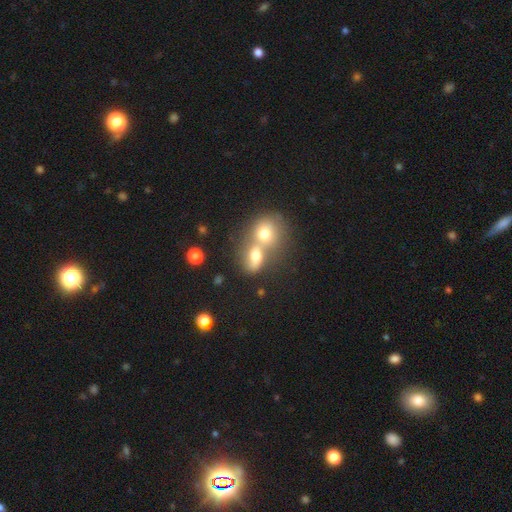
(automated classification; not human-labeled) smooth 68%, featured or disk 20%, star or artifact 12%. Down the decision tree: how rounded — in between (50%); merging — merger (67%).